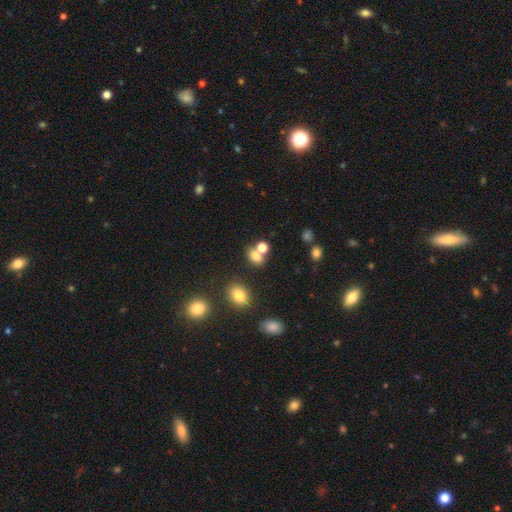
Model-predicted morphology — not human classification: A smooth galaxy with no disk features (74%) that is in between round and cigar-shaped (56%). Merging: merger (46%).